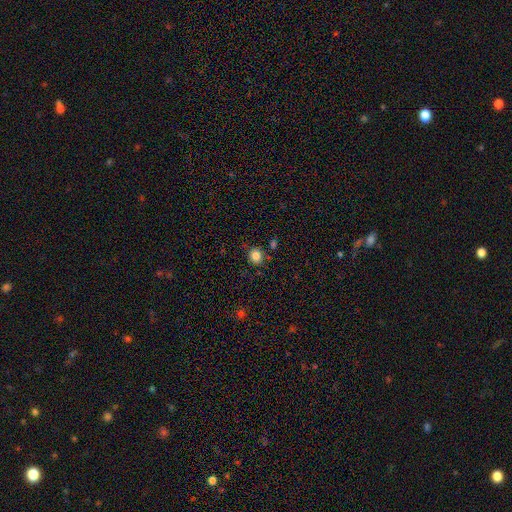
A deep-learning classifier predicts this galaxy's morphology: This is clearly a smooth galaxy (84%). How rounded: clearly round (85%). Merging: clearly none (84%).